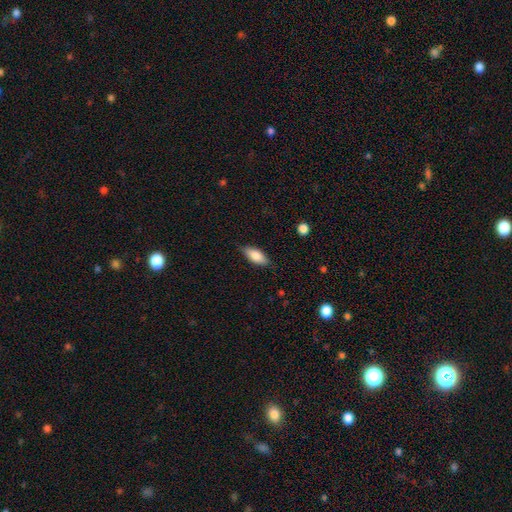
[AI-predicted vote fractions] Smooth or featured? Predicted: smooth (p=0.80). How rounded? Predicted: in between (p=0.80). Merging? Predicted: none (p=0.81).